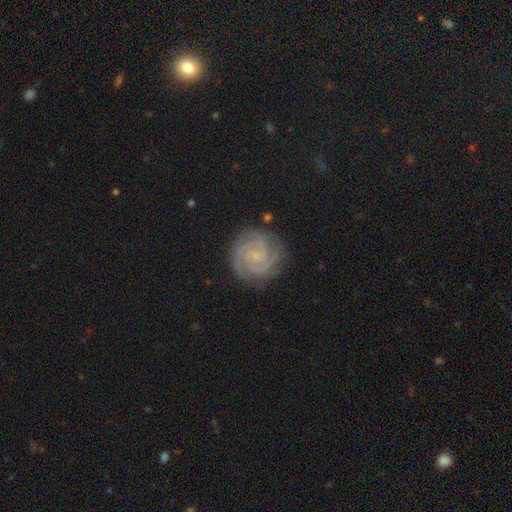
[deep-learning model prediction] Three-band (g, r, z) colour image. It shows a featured or disk galaxy (89%) with no bar (61%), 2 (33%) tight (78%) spiral arms (99%) and a small central bulge (75%). Merging: none (83%).